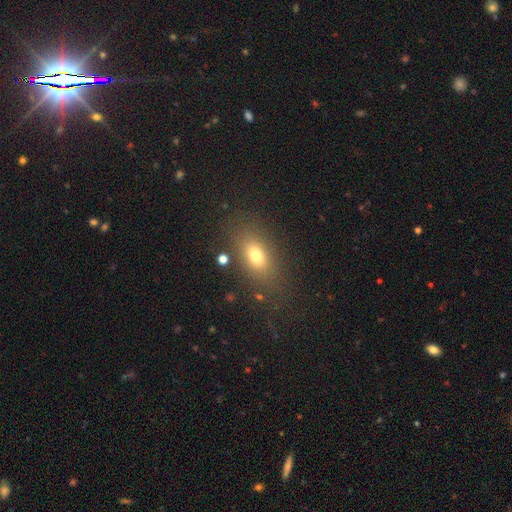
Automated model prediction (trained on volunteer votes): Morphology: type=smooth (72%); roundness=in between (79%); merging=none (79%).